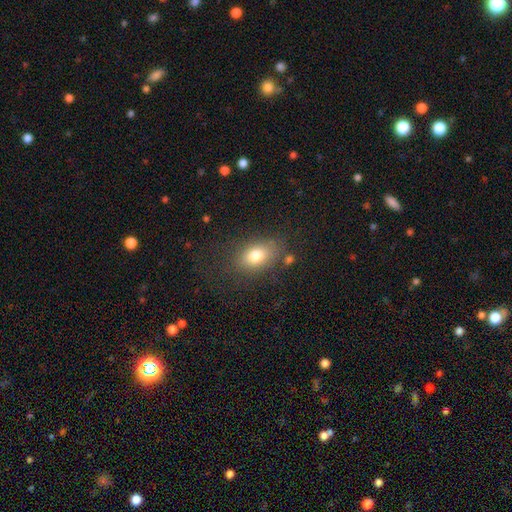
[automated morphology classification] The model was most divided on "merging": none: 76%, minor disturbance: 15%, major disturbance: 6%, merger: 4%. More confident: how rounded — in between (80%); smooth or featured — smooth (79%).